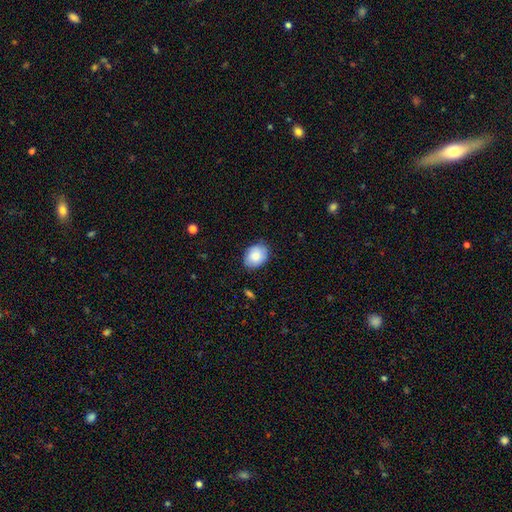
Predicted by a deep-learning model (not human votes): This appears to be a smooth galaxy with no disk features (82%) that is in between round and cigar-shaped (63%). Merging: none (80%).